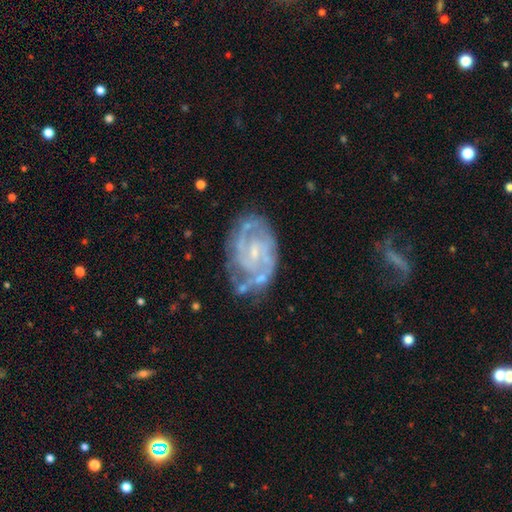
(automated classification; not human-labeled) smooth_or_featured: featured or disk (p=0.86) [alt: smooth p=0.07]
disk_edge_on: no (p=0.97) [alt: yes p=0.03]
bar: no (p=0.49) [alt: weak p=0.41]
has_spiral_arms: yes (p=0.95) [alt: no p=0.05]
spiral_winding: tight (p=0.55) [alt: medium p=0.37]
spiral_arm_count: 2 (p=0.47) [alt: 3 p=0.19]
bulge_size: small (p=0.72) [alt: moderate p=0.18]
merging: none (p=0.65) [alt: minor disturbance p=0.21]